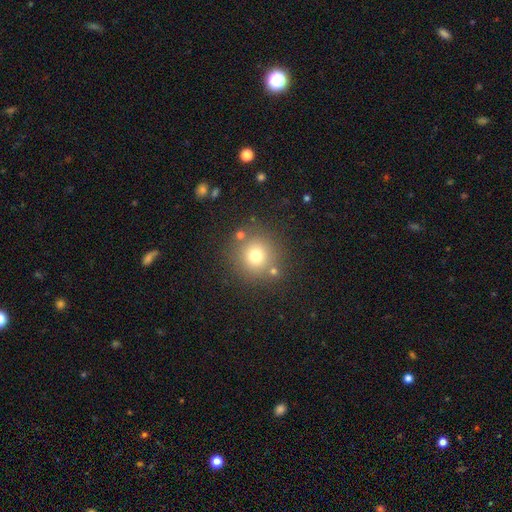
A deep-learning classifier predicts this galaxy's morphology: smooth_or_featured: smooth (p=0.73) [alt: star or artifact p=0.16]
how_rounded: round (p=0.93) [alt: in between p=0.06]
merging: none (p=0.80) [alt: minor disturbance p=0.09]